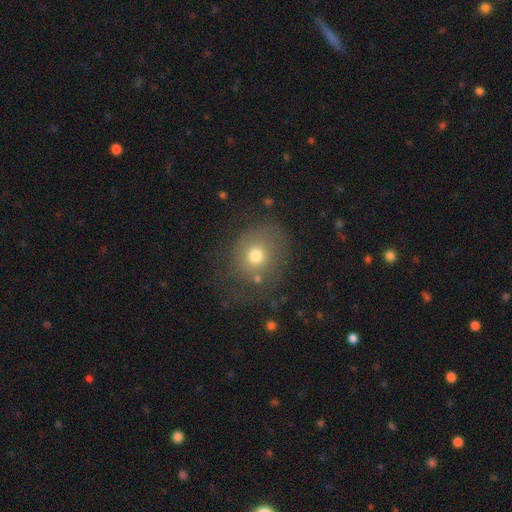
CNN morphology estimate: Smooth or featured? Predicted: smooth (p=0.65). How rounded? Predicted: round (p=0.69). Merging? Predicted: none (p=0.57).